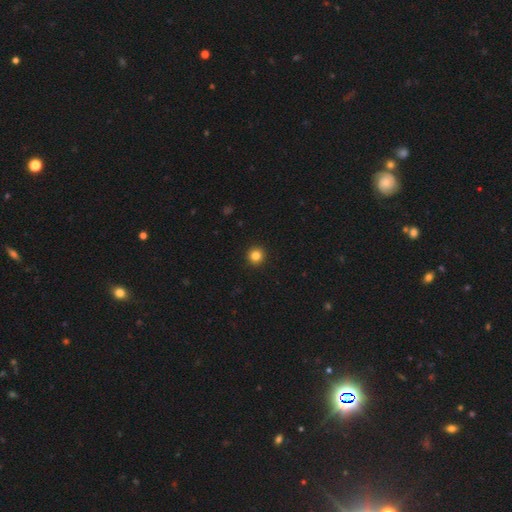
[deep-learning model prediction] Overall: smooth (84%). How rounded: round (96%). Merging: none (94%).